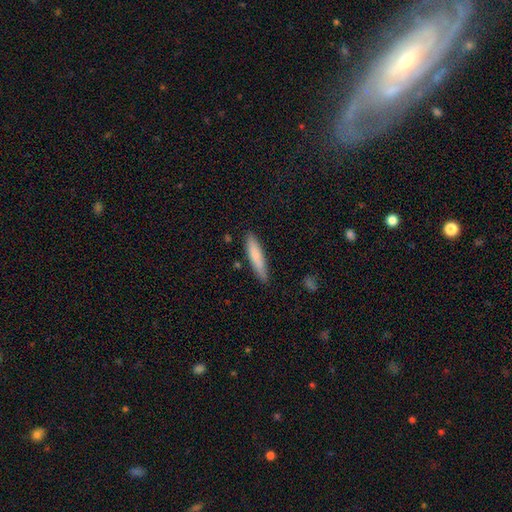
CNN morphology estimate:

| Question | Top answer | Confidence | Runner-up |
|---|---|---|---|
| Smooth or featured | smooth | 77% | featured or disk (17%) |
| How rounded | cigar-shaped | 87% | in between (11%) |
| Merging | none | 84% | minor disturbance (12%) |